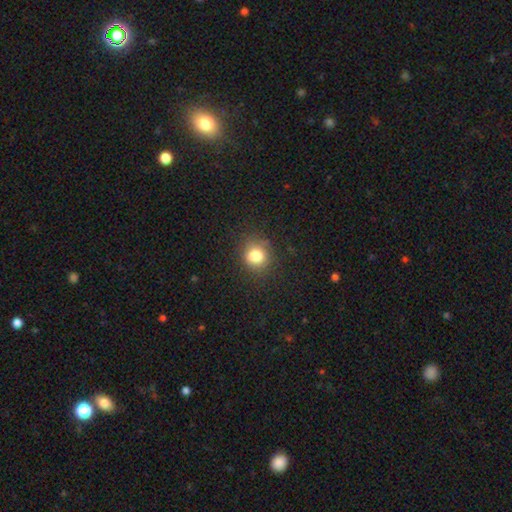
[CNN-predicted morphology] smooth-or-featured: smooth: 82% | star or artifact: 12% | featured or disk: 6%
  how-rounded: round: 77% | in between: 22% | cigar-shaped: 1%
  merging: none: 80% | minor disturbance: 14% | major disturbance: 4% | merger: 1%